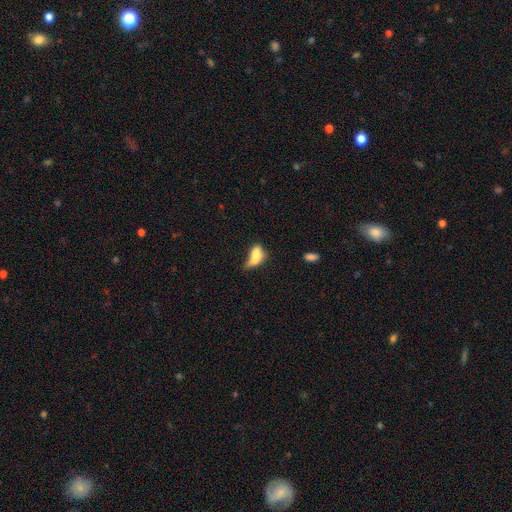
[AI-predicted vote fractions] The model was most divided on "merging": merger: 34%, major disturbance: 25%, minor disturbance: 21%, none: 19%. More confident: how rounded — in between (77%); smooth or featured — smooth (67%).